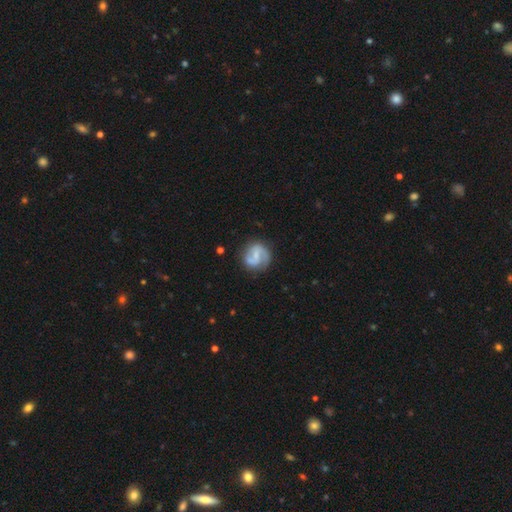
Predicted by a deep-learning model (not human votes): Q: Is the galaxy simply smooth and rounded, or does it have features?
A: featured or disk — 73%.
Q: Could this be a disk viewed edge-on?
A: no — 98%.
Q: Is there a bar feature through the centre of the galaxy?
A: weak — 50%.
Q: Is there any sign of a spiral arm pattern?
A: yes — 91%.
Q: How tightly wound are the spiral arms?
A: medium — 46%.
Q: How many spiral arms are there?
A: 2 — 79%.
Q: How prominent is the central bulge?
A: small — 46%.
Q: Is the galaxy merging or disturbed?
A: none — 73%.